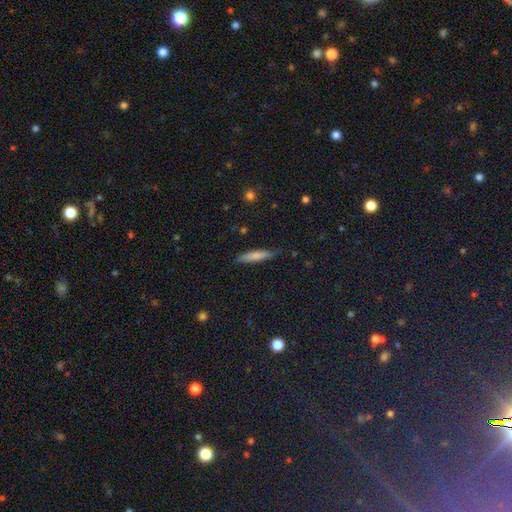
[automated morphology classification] smooth 73%, featured or disk 21%, star or artifact 7%. Down the decision tree: how rounded — cigar-shaped (81%); merging — none (79%).